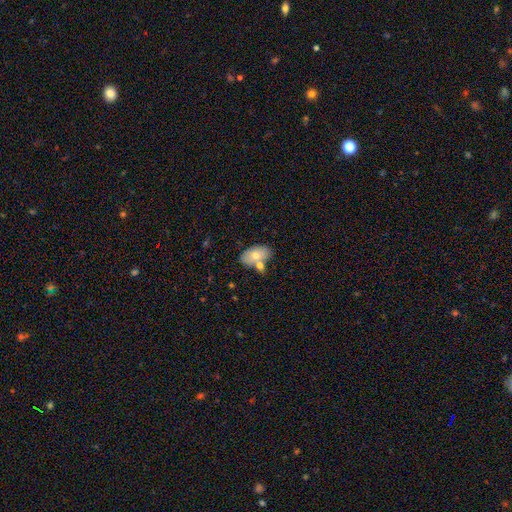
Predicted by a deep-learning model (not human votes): smooth 68%, featured or disk 25%, star or artifact 7%. Down the decision tree: how rounded — in between (90%); merging — none (51%).